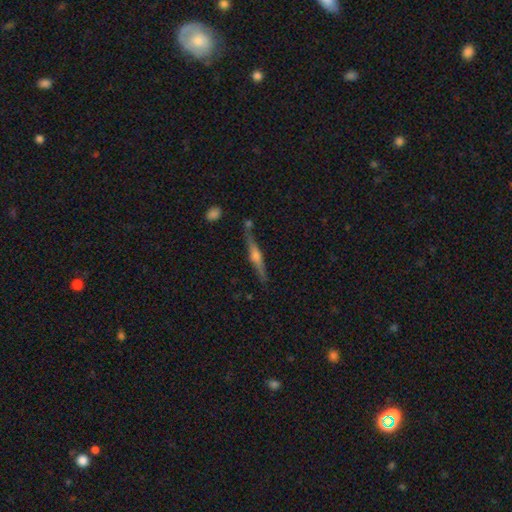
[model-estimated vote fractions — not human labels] smooth_or_featured: featured or disk (p=0.74) [alt: smooth p=0.20]
disk_edge_on: yes (p=0.97) [alt: no p=0.03]
edge_on_bulge: rounded (p=0.87) [alt: boxy p=0.07]
merging: none (p=0.82) [alt: minor disturbance p=0.10]